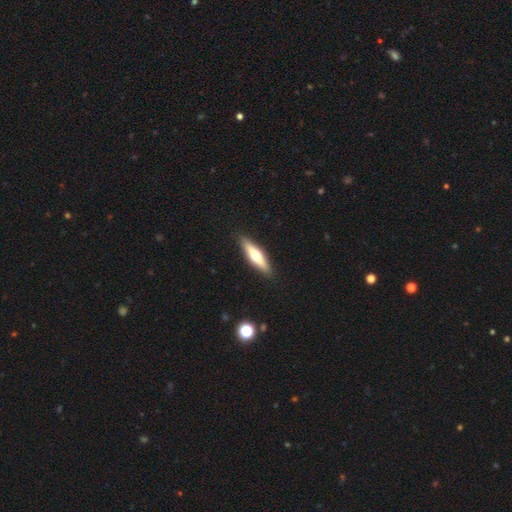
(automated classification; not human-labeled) Smooth or featured?
  - smooth: 49% *
  - featured or disk: 46%
  - star or artifact: 5%
Merging?
  - none: 90% *
  - minor disturbance: 7%
  - major disturbance: 2%
  - merger: 1%